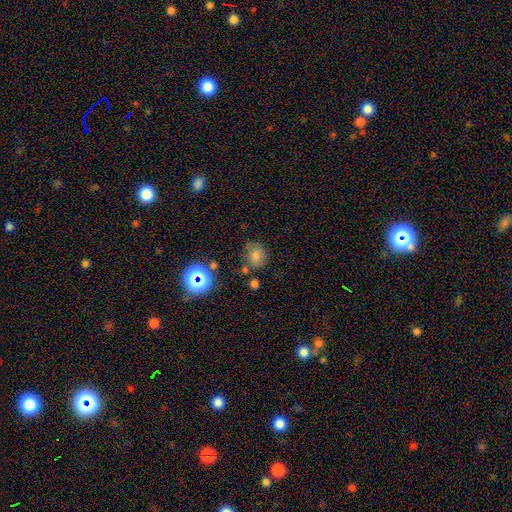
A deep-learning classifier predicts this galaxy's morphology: Smooth or featured?
  - smooth: 66% *
  - star or artifact: 22%
  - featured or disk: 12%
How rounded?
  - round: 75% *
  - in between: 24%
  - cigar-shaped: 1%
Merging?
  - none: 67% *
  - minor disturbance: 18%
  - merger: 8%
  - major disturbance: 6%